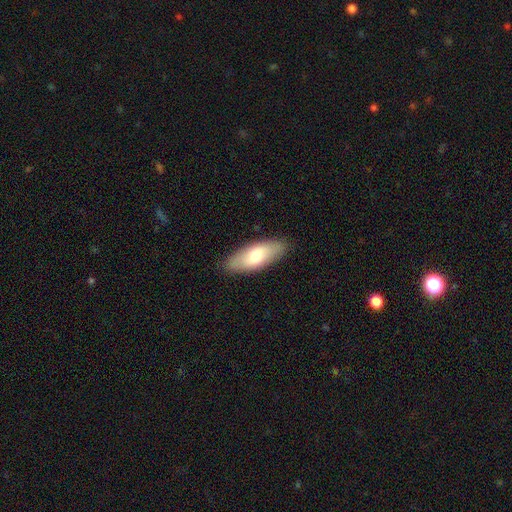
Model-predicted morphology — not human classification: type=smooth (69%); roundness=in between (79%); merging=none (87%).